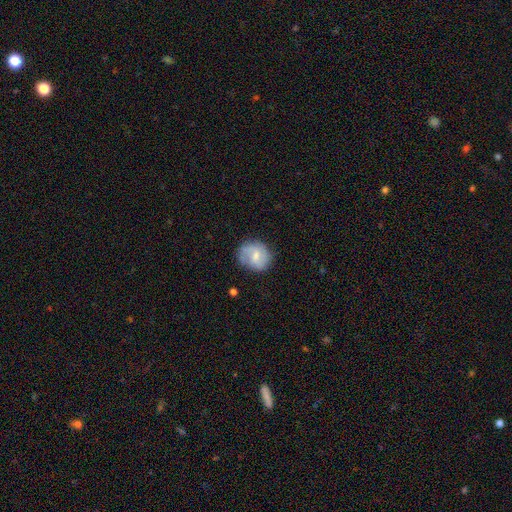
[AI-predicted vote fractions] Smooth or featured?
  - smooth: 53% *
  - featured or disk: 40%
  - star or artifact: 7%
How rounded?
  - round: 75% *
  - in between: 24%
  - cigar-shaped: 1%
Merging?
  - none: 68% *
  - minor disturbance: 22%
  - major disturbance: 8%
  - merger: 2%